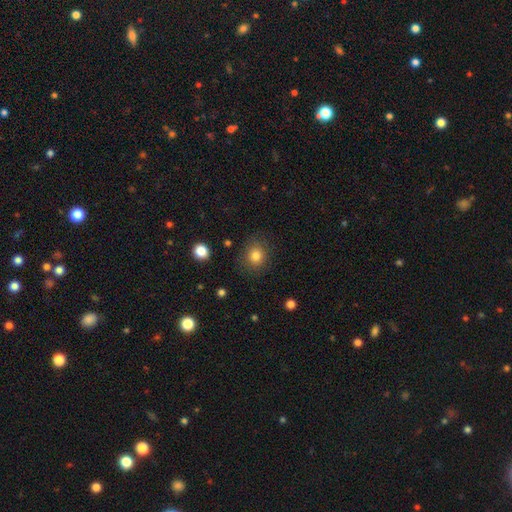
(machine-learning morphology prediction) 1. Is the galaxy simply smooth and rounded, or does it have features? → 82% smooth, 12% star or artifact, 6% featured or disk.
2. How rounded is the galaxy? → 79% round, 20% in between, 1% cigar-shaped.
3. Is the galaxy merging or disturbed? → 83% none, 11% minor disturbance, 4% major disturbance, 1% merger.